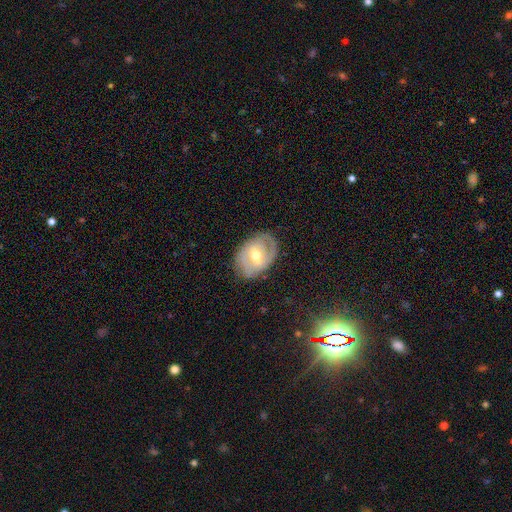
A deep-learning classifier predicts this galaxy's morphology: Overall: featured or disk (72%). Edge-on disk: no (95%). Bar: weak (50%; no 29%). Spiral arms: yes (77%). Spiral arm count: 2 (63%). Spiral winding: tight (50%; medium 36%). Bulge size: moderate (75%). Merging: none (75%).